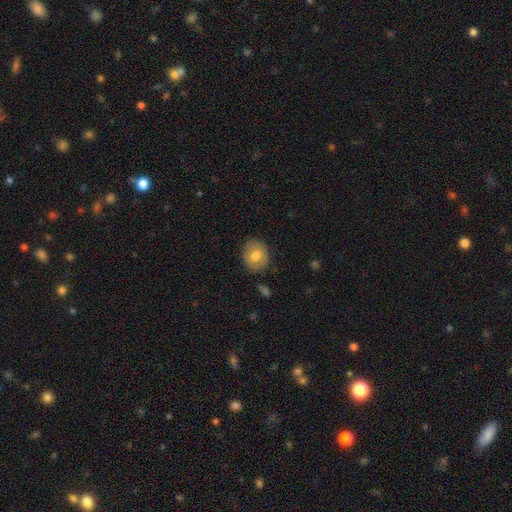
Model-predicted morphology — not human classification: Overall: smooth (72%). How rounded: round (70%). Merging: none (85%).